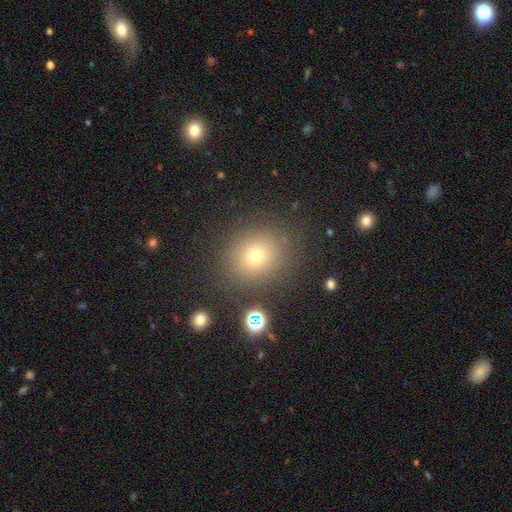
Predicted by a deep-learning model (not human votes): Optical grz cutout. It shows a smooth galaxy with no disk features (71%) that is round (75%). Merging: none (84%).